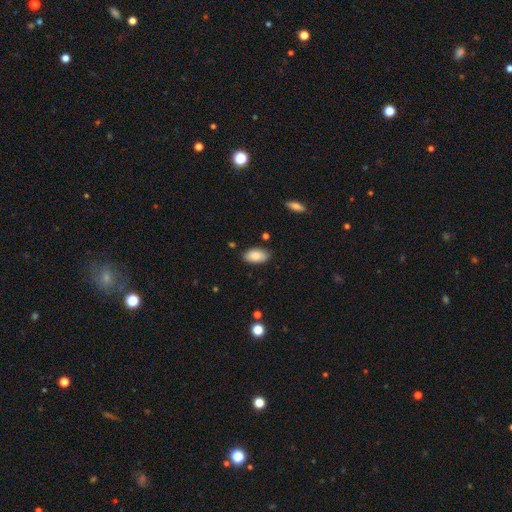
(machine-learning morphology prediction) Smooth or featured?
  - smooth: 85% *
  - featured or disk: 8%
  - star or artifact: 7%
How rounded?
  - in between: 94% *
  - round: 3%
  - cigar-shaped: 2%
Merging?
  - none: 85% *
  - minor disturbance: 11%
  - major disturbance: 2%
  - merger: 2%